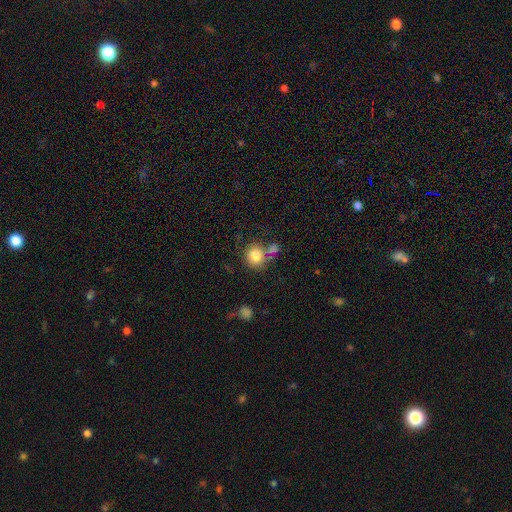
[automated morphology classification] smooth 82%, star or artifact 10%, featured or disk 8%. Down the decision tree: how rounded — round (85%); merging — none (63%).